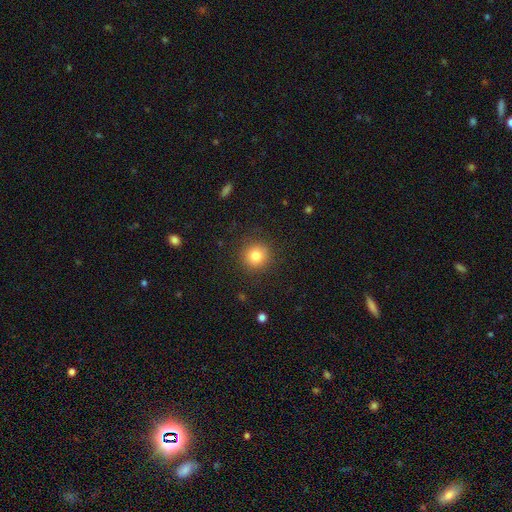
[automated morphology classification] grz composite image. It shows a smooth galaxy with no disk features (82%) that is round (91%). Merging: none (89%).